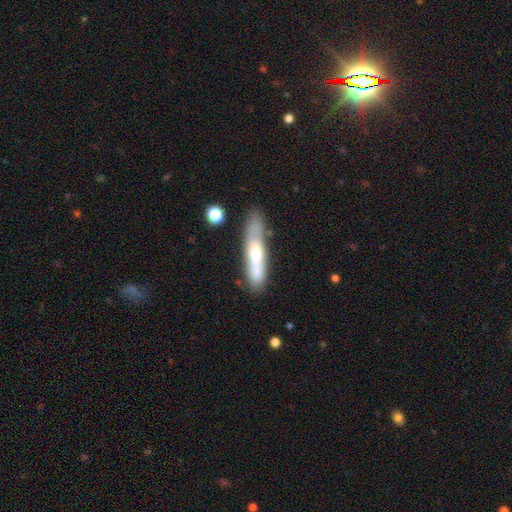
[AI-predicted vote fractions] This is possibly a smooth galaxy (52%). How rounded: clearly cigar-shaped (80%). Merging: likely none (65%).